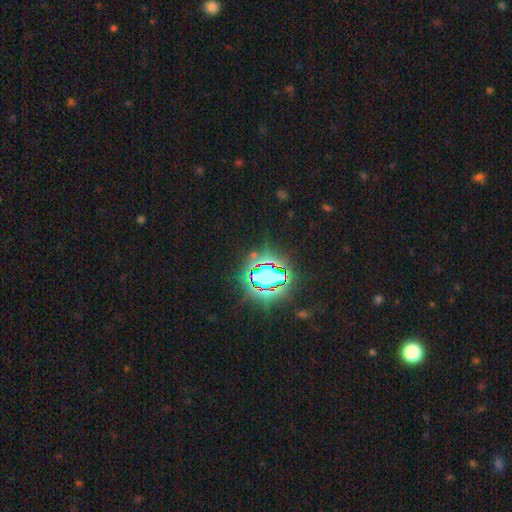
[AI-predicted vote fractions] A star or artifact, not a galaxy (74%).